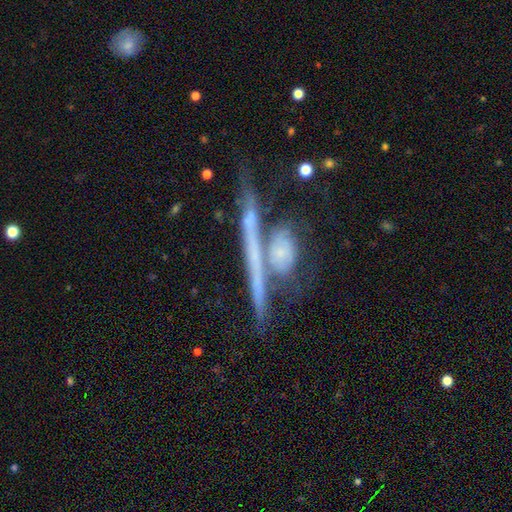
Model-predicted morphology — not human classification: smooth_or_featured: featured or disk (p=0.59) [alt: smooth p=0.26]
disk_edge_on: yes (p=0.83) [alt: no p=0.17]
merging: none (p=0.51) [alt: merger p=0.31]